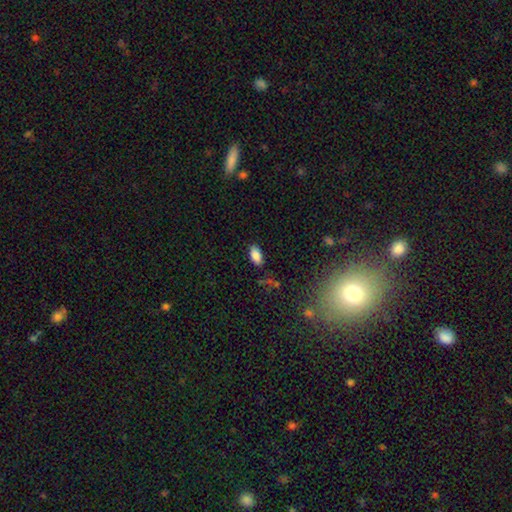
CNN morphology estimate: Smooth or featured?
  - smooth: 86% *
  - star or artifact: 9%
  - featured or disk: 5%
How rounded?
  - in between: 92% *
  - cigar-shaped: 4%
  - round: 3%
Merging?
  - none: 84% *
  - minor disturbance: 12%
  - major disturbance: 3%
  - merger: 2%